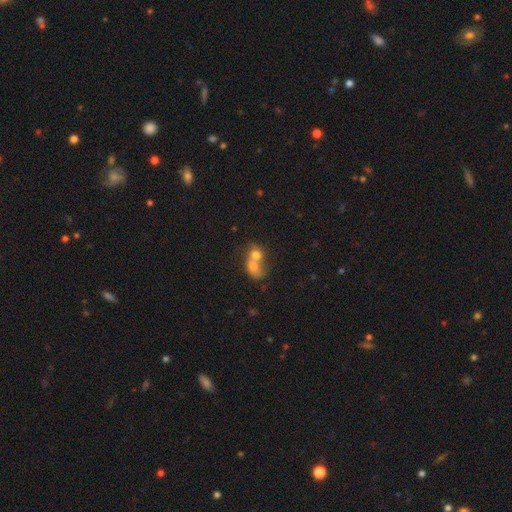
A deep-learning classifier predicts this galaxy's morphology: smooth-or-featured: smooth: 70% | featured or disk: 20% | star or artifact: 10%
  how-rounded: in between: 50% | round: 48% | cigar-shaped: 2%
  merging: merger: 76% | none: 15% | minor disturbance: 5% | major disturbance: 4%